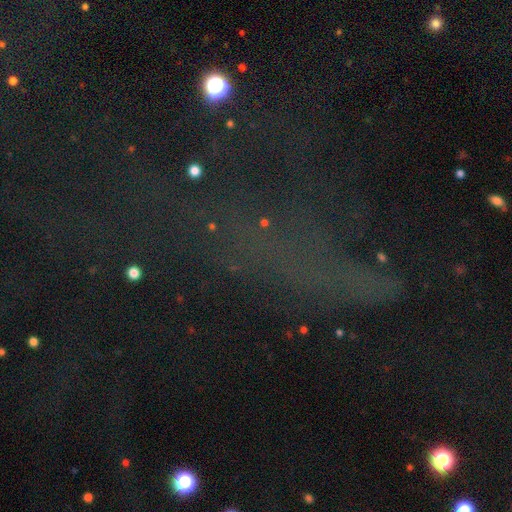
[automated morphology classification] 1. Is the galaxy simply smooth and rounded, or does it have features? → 59% star or artifact, 22% smooth, 19% featured or disk.